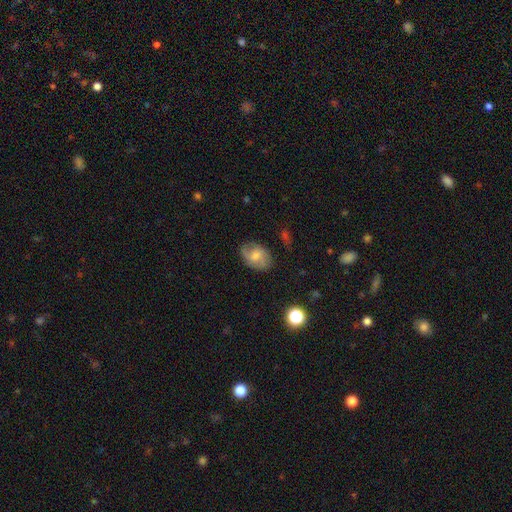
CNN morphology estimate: smooth 46%, featured or disk 45%, star or artifact 9%. Down the decision tree: merging — none (73%).